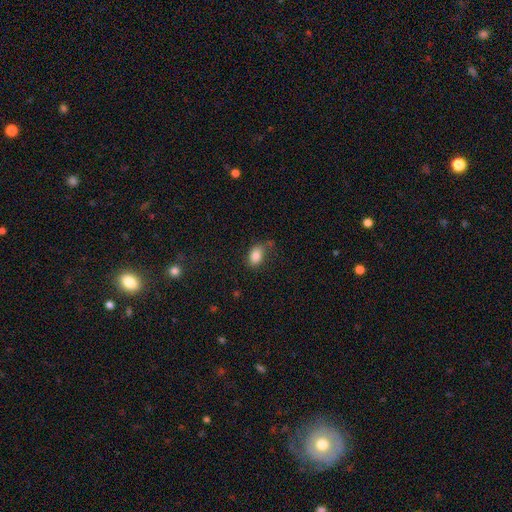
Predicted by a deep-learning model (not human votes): Smooth or featured? smooth (85%)
How rounded? in between (82%)
Merging? none (59%)